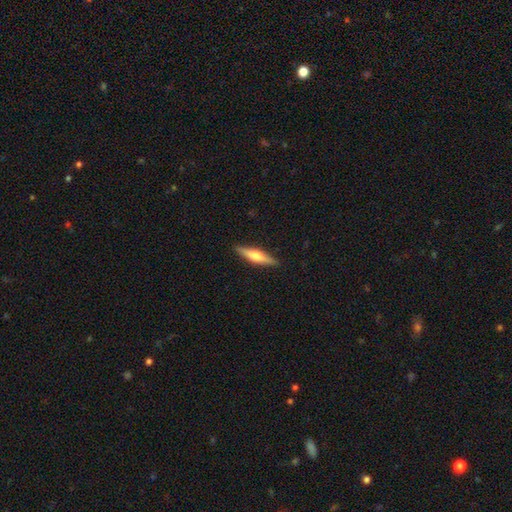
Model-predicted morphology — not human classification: Q: Smooth or featured?
A: featured or disk (52%); runner-up: smooth (42%)
Q: Edge-on disk?
A: yes (95%); runner-up: no (5%)
Q: Merging?
A: none (89%); runner-up: minor disturbance (8%)